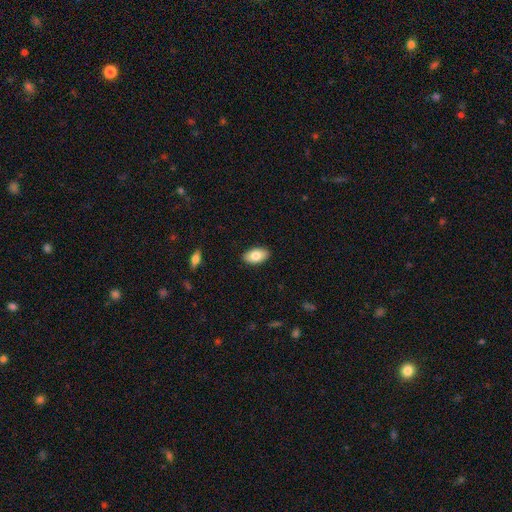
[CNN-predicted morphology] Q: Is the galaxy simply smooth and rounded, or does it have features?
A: smooth — 82%.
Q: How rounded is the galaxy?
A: in between — 94%.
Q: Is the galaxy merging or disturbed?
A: none — 89%.